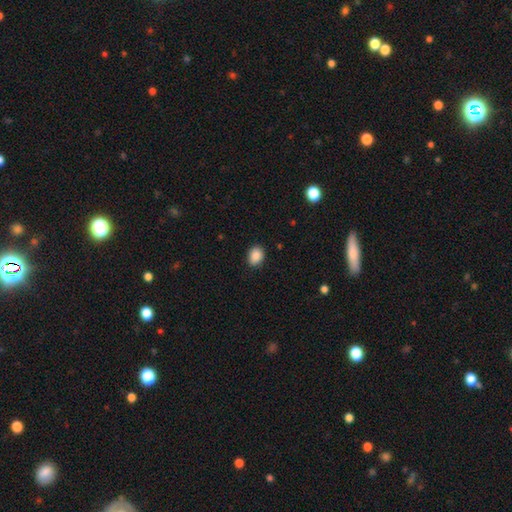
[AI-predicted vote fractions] Smooth or featured?
  - smooth: 89% *
  - star or artifact: 8%
  - featured or disk: 3%
How rounded?
  - in between: 63% *
  - round: 36%
  - cigar-shaped: 1%
Merging?
  - none: 88% *
  - minor disturbance: 9%
  - major disturbance: 2%
  - merger: 1%